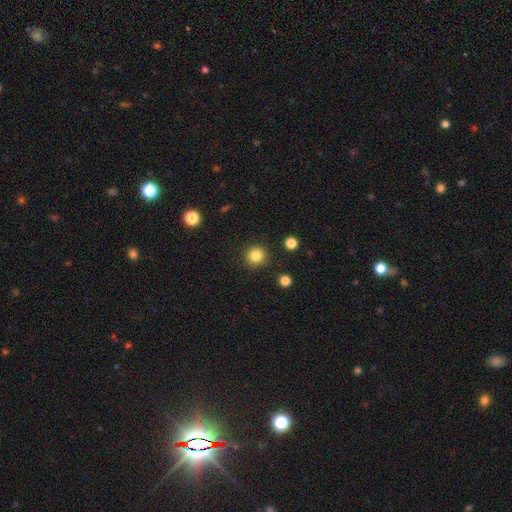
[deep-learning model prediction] smooth_or_featured: smooth (p=0.83) [alt: star or artifact p=0.12]
how_rounded: round (p=0.94) [alt: in between p=0.05]
merging: none (p=0.91) [alt: minor disturbance p=0.06]